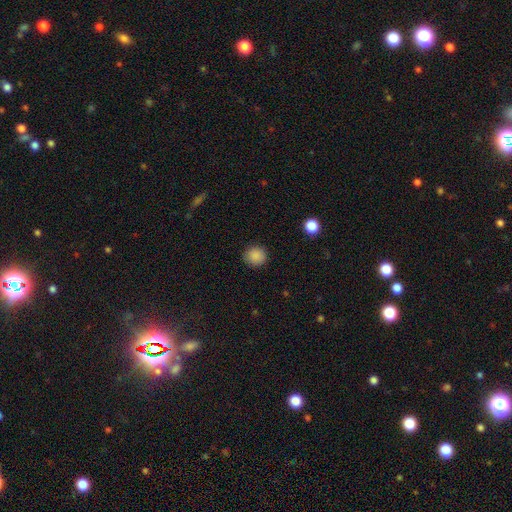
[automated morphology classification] smooth_or_featured: smooth (p=0.87) [alt: star or artifact p=0.10]
how_rounded: round (p=0.90) [alt: in between p=0.09]
merging: none (p=0.89) [alt: minor disturbance p=0.08]